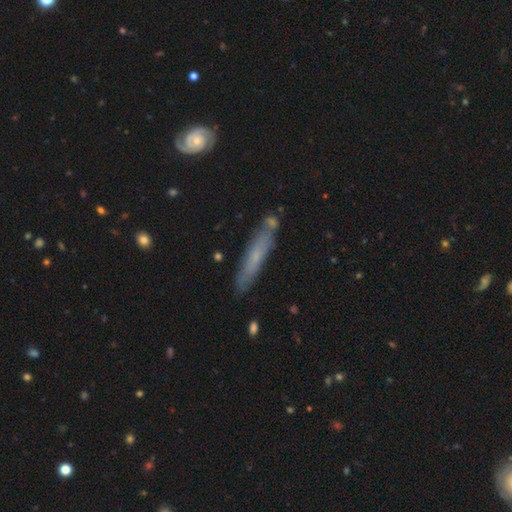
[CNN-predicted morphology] The model was most divided on "smooth or featured": smooth: 48%, featured or disk: 44%, star or artifact: 8%. More confident: merging — none (77%).